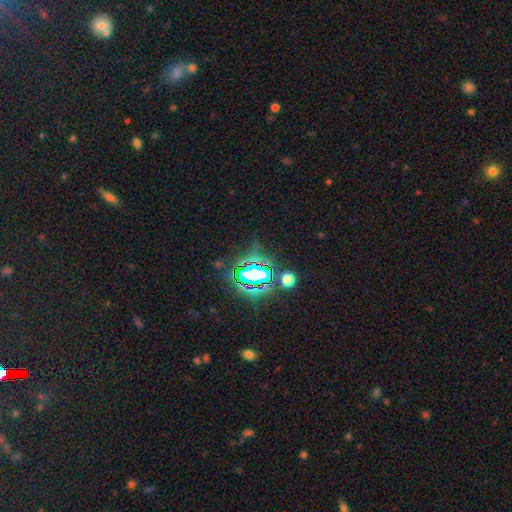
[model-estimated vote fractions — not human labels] smooth-or-featured: star or artifact: 80% | smooth: 12% | featured or disk: 8%